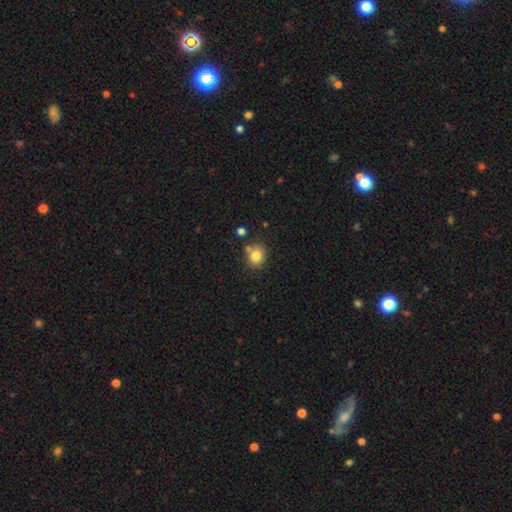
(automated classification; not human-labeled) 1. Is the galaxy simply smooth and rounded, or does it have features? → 80% smooth, 11% star or artifact, 9% featured or disk.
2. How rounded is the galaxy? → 75% round, 24% in between, 1% cigar-shaped.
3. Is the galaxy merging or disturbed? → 70% none, 14% merger, 13% minor disturbance, 3% major disturbance.